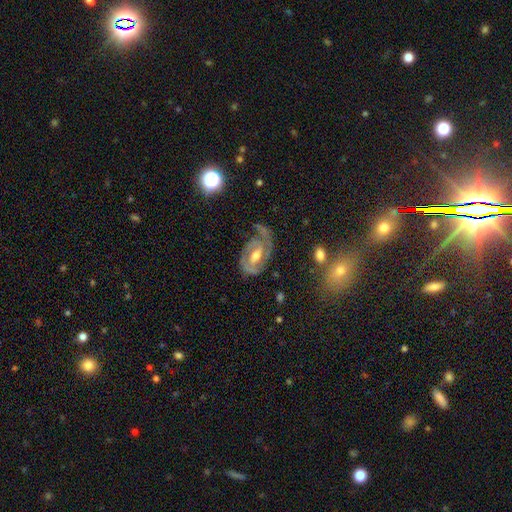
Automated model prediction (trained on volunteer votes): featured or disk 83%, smooth 11%, star or artifact 6%. Down the decision tree: edge-on disk — no (96%); bar — weak (48%); spiral arms — yes (90%); spiral arm count — 2 (59%); spiral winding — tight (48%); bulge size — moderate (68%); merging — none (51%).